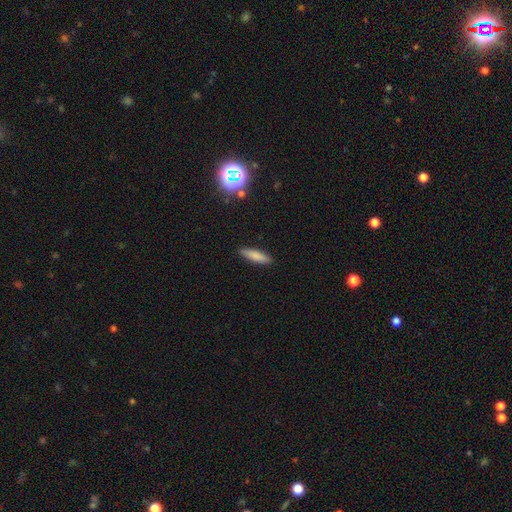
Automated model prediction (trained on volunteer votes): A smooth galaxy with no disk features (79%) that is cigar-shaped (73%). Merging: none (90%).